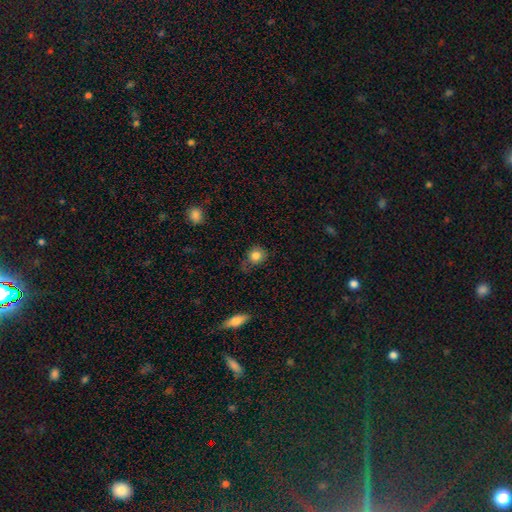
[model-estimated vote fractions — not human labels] Smooth or featured?
  - smooth: 83% *
  - star or artifact: 10%
  - featured or disk: 8%
How rounded?
  - round: 77% *
  - in between: 22%
  - cigar-shaped: 1%
Merging?
  - none: 62% *
  - minor disturbance: 27%
  - major disturbance: 8%
  - merger: 3%